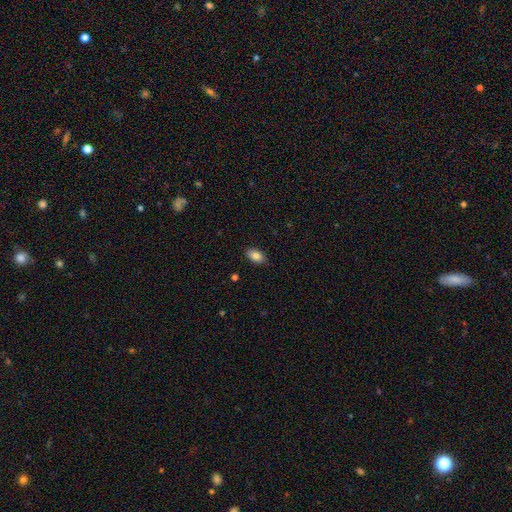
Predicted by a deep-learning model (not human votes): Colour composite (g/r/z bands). It shows a smooth galaxy with no disk features (85%) that is in between round and cigar-shaped (92%). Merging: none (87%).